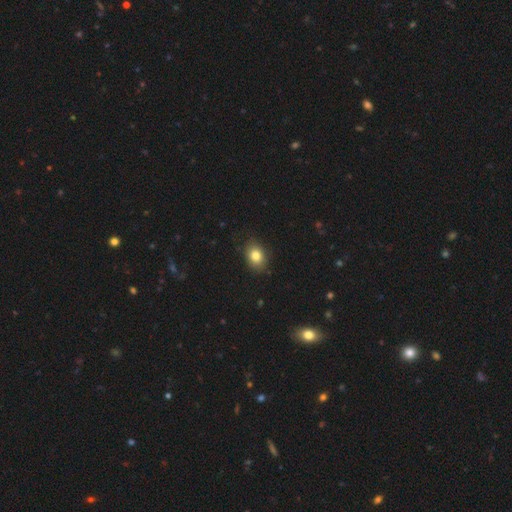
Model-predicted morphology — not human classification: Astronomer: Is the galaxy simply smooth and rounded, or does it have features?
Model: smooth — 82%.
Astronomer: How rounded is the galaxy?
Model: in between — 69%.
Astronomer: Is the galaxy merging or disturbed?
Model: none — 85%.